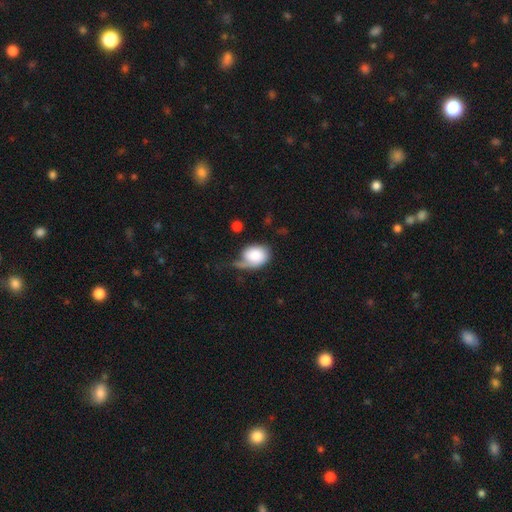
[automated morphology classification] The model was most divided on "merging": major disturbance: 34%, minor disturbance: 31%, none: 29%, merger: 7%. More confident: smooth or featured — smooth (72%); how rounded — in between (66%).